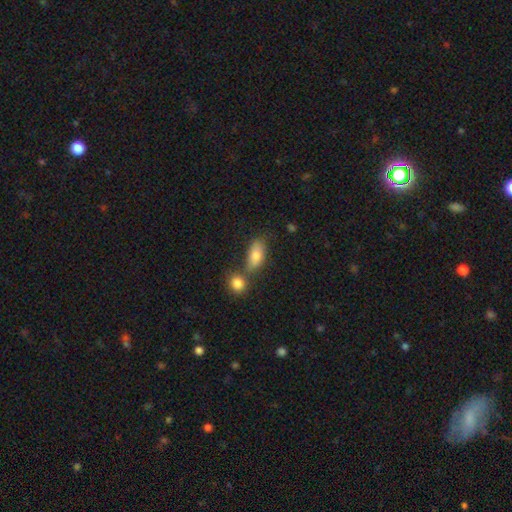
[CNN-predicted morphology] type=smooth (78%); roundness=in between (83%); merging=none (53%).